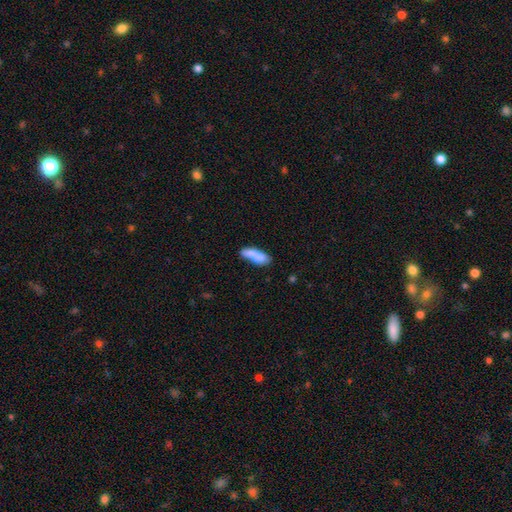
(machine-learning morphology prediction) Q: Smooth or featured?
A: smooth (78%); runner-up: featured or disk (15%)
Q: How rounded?
A: in between (52%); runner-up: cigar-shaped (45%)
Q: Merging?
A: none (49%); runner-up: minor disturbance (27%)